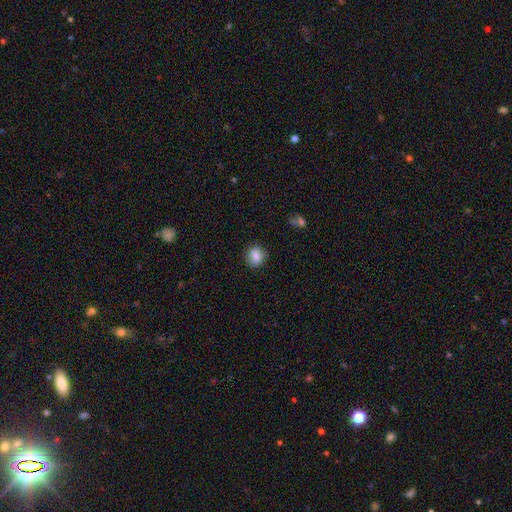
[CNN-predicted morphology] A smooth galaxy with no disk features (83%) that is round (60%).

Vote fractions:
- Smooth or featured? smooth: 83% / star or artifact: 9% / featured or disk: 8%
- How rounded? round: 60% / in between: 38% / cigar-shaped: 2%
- Merging? none: 83% / minor disturbance: 13% / major disturbance: 3% / merger: 1%